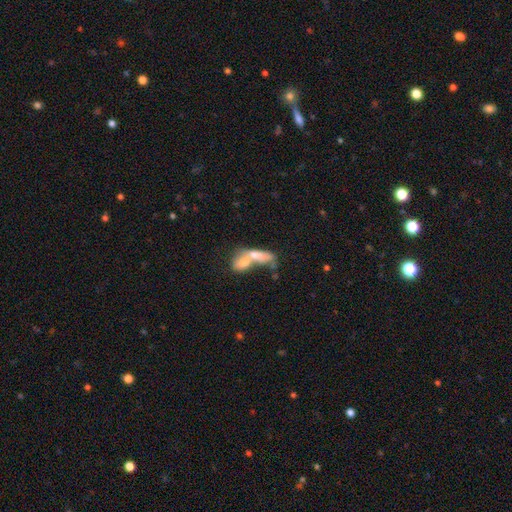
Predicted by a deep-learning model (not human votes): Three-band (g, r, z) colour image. It shows a smooth galaxy with no disk features (65%) that is in between round and cigar-shaped (67%). Merging: merger (72%).